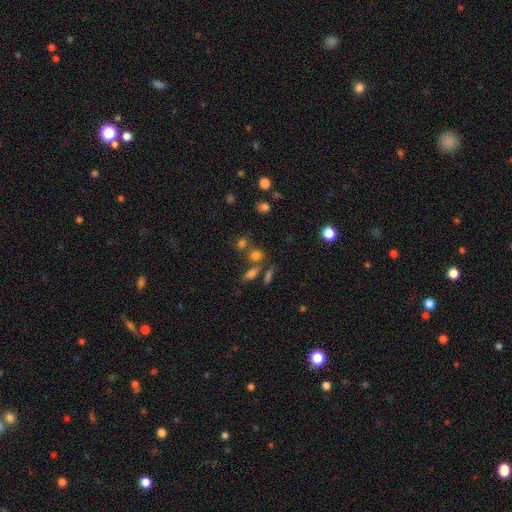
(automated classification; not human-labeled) Q: Smooth or featured?
A: smooth (73%); runner-up: star or artifact (16%)
Q: How rounded?
A: round (58%); runner-up: in between (36%)
Q: Merging?
A: none (62%); runner-up: merger (22%)